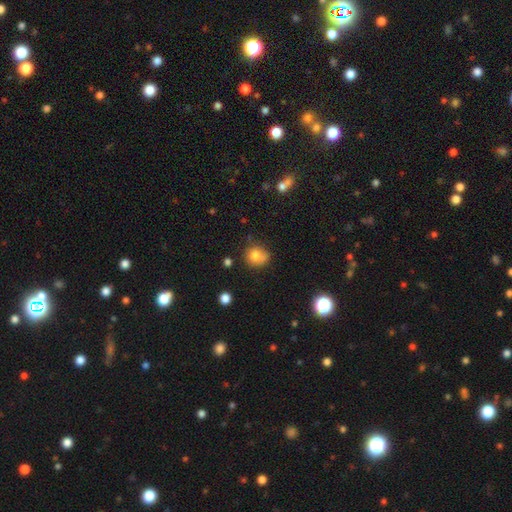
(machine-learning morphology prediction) Smooth or featured: smooth — 78% (star or artifact — 12%)
How rounded: round — 80% (in between — 19%)
Merging: none — 60% (minor disturbance — 23%)